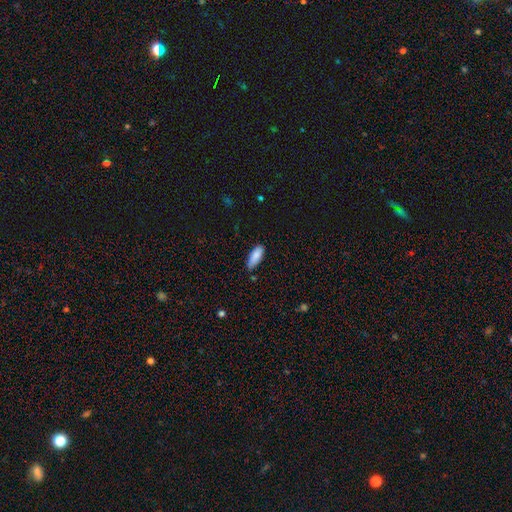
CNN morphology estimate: Smooth or featured?
  - smooth: 87% *
  - featured or disk: 7%
  - star or artifact: 6%
How rounded?
  - in between: 76% *
  - cigar-shaped: 23%
  - round: 2%
Merging?
  - none: 74% *
  - minor disturbance: 21%
  - major disturbance: 3%
  - merger: 2%